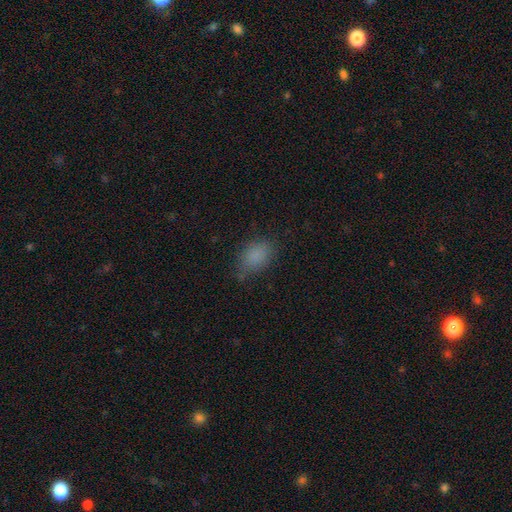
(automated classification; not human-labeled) Smooth or featured? Predicted: smooth (p=0.81). How rounded? Predicted: in between (p=0.79). Merging? Predicted: none (p=0.66).